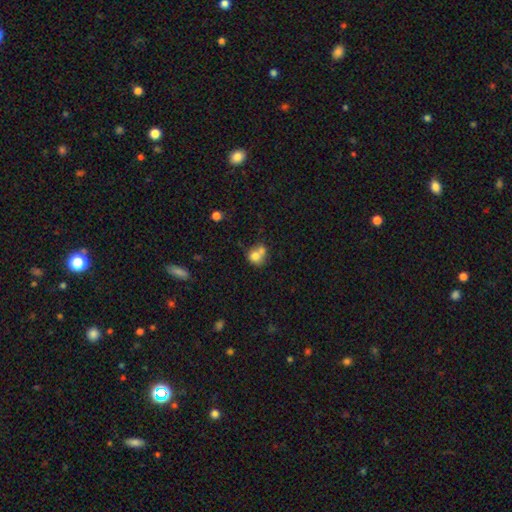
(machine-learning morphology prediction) Smooth or featured? smooth (73%)
How rounded? round (73%)
Merging? merger (54%)